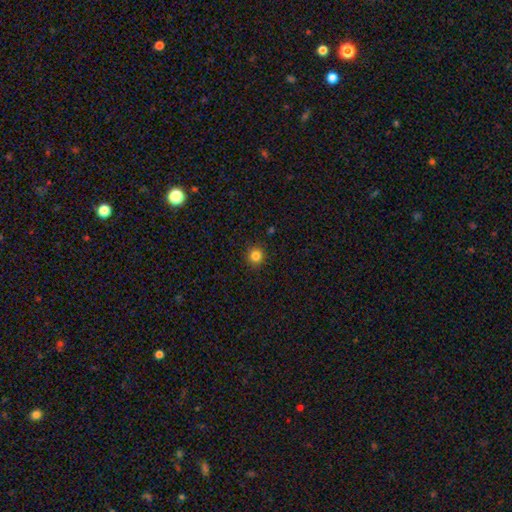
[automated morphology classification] Smooth or featured? smooth (84%)
How rounded? round (93%)
Merging? none (91%)